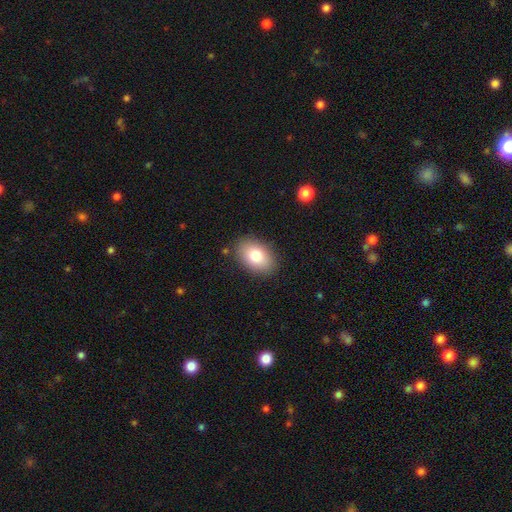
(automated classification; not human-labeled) Morphology: type=smooth (78%); roundness=in between (86%); merging=none (86%).